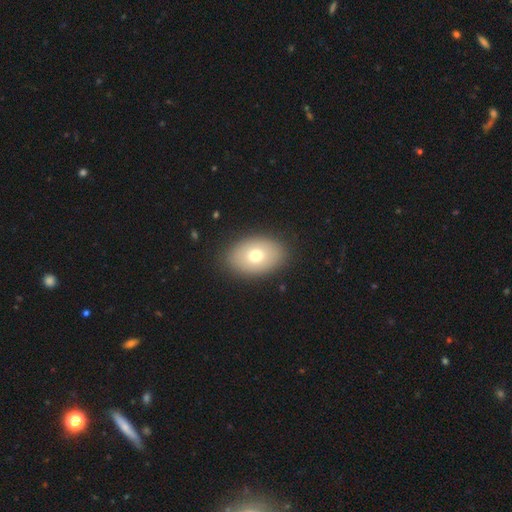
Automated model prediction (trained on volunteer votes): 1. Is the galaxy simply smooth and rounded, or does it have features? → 72% smooth, 19% featured or disk, 9% star or artifact.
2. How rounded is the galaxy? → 84% in between, 15% round, 1% cigar-shaped.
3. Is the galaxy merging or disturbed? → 88% none, 9% minor disturbance, 3% major disturbance, 1% merger.